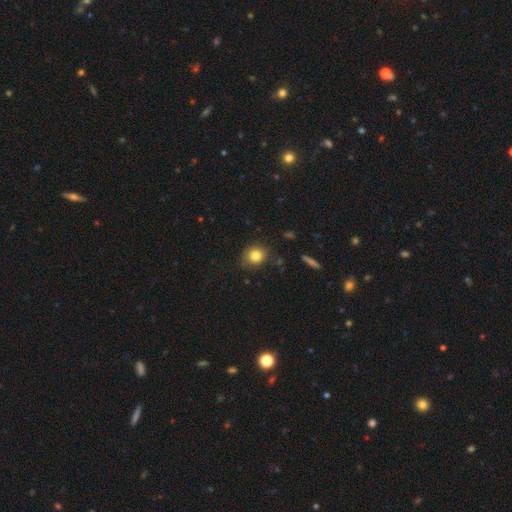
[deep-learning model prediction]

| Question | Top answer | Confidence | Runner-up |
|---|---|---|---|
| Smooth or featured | smooth | 82% | star or artifact (11%) |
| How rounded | round | 79% | in between (20%) |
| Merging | none | 81% | minor disturbance (14%) |